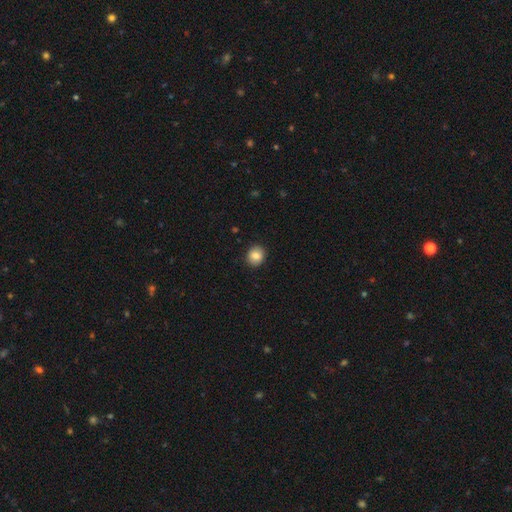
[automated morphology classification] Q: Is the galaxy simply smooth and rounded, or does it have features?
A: smooth — 85%.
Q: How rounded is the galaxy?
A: round — 76%.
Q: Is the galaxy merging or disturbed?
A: none — 91%.